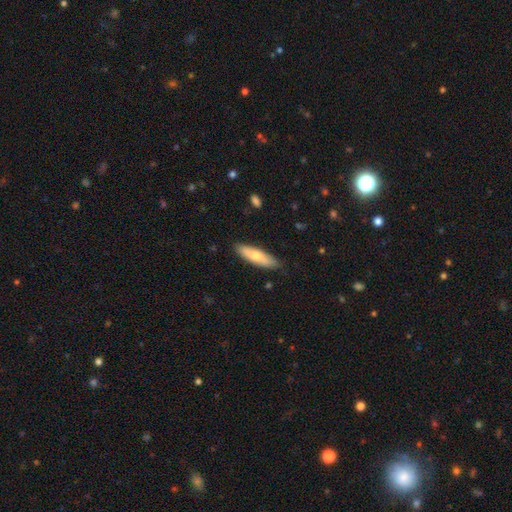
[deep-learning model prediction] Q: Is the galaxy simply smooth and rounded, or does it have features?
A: smooth — 67%.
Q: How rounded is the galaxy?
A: cigar-shaped — 61%.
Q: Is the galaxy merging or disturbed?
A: none — 84%.